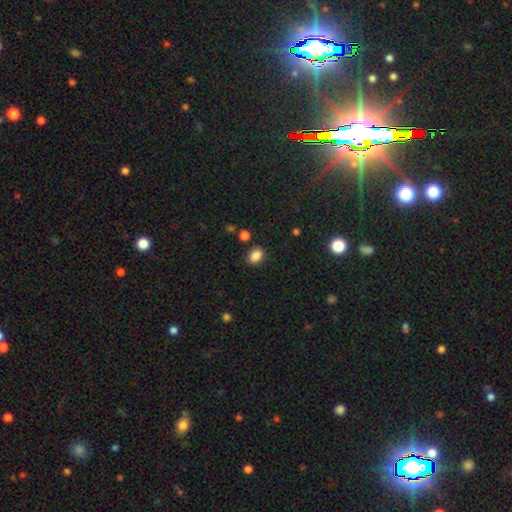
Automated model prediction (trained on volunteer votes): Smooth or featured? Predicted: smooth (p=0.85). How rounded? Predicted: in between (p=0.65). Merging? Predicted: none (p=0.83).